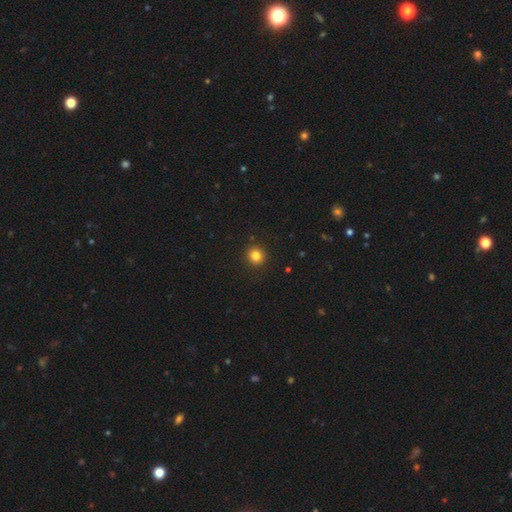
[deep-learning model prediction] Overall: smooth (83%). How rounded: round (91%). Merging: none (92%).